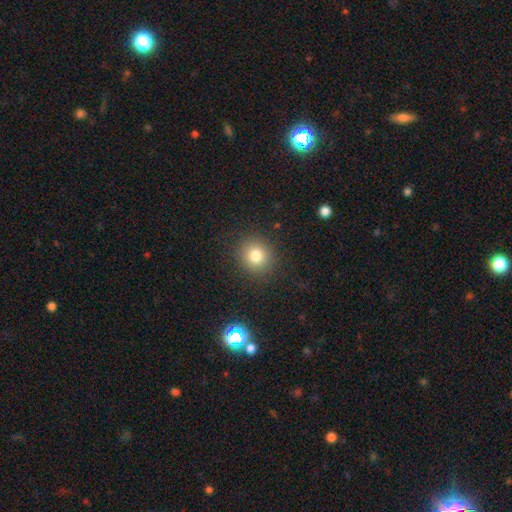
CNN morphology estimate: Smooth or featured? smooth (79%)
How rounded? round (87%)
Merging? none (89%)